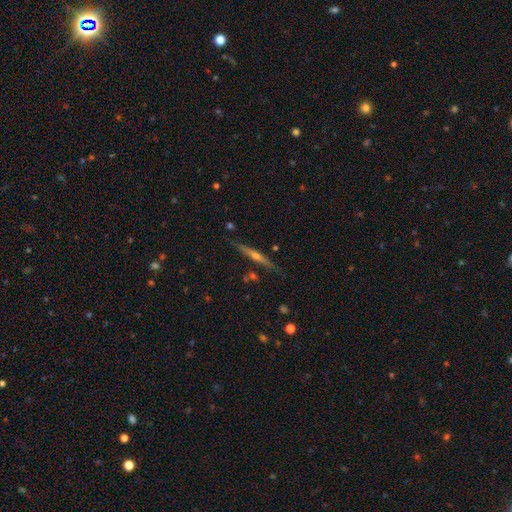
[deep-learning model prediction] Overall: featured or disk (76%). Edge-on disk: yes (98%). Edge-on bulge: rounded (81%). Merging: none (87%).